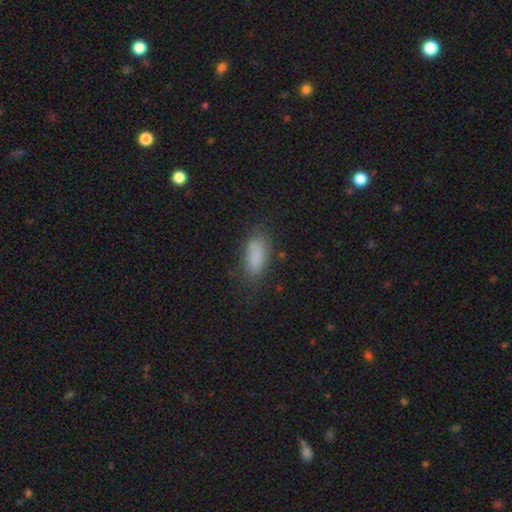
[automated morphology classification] Q: Smooth or featured?
A: smooth (84%); runner-up: star or artifact (9%)
Q: How rounded?
A: in between (81%); runner-up: cigar-shaped (16%)
Q: Merging?
A: none (69%); runner-up: minor disturbance (21%)